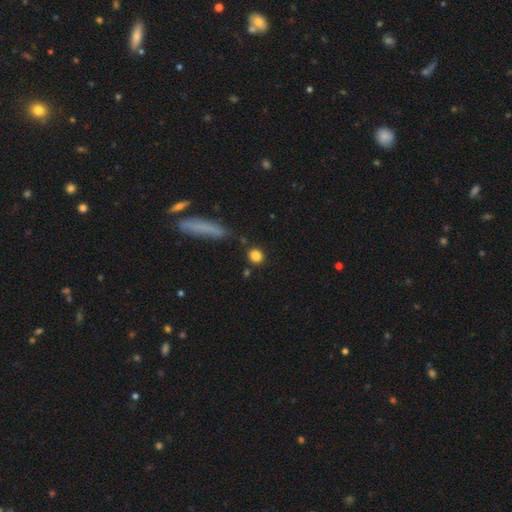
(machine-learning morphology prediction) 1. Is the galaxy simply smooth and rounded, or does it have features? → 84% smooth, 10% star or artifact, 7% featured or disk.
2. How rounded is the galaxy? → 78% round, 19% in between, 3% cigar-shaped.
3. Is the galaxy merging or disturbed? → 84% none, 9% minor disturbance, 5% merger, 3% major disturbance.